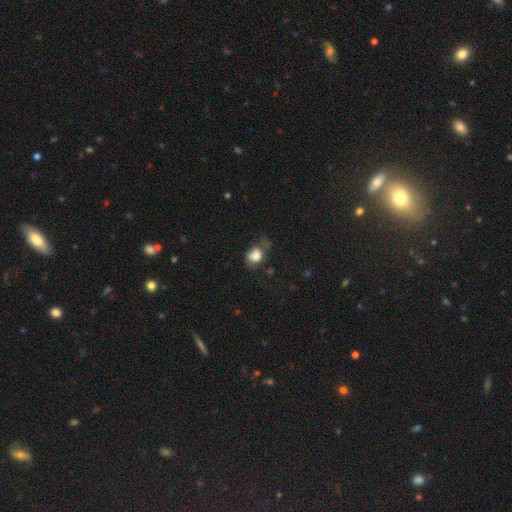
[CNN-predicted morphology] Smooth or featured? smooth (76%)
How rounded? in between (57%)
Merging? none (36%)